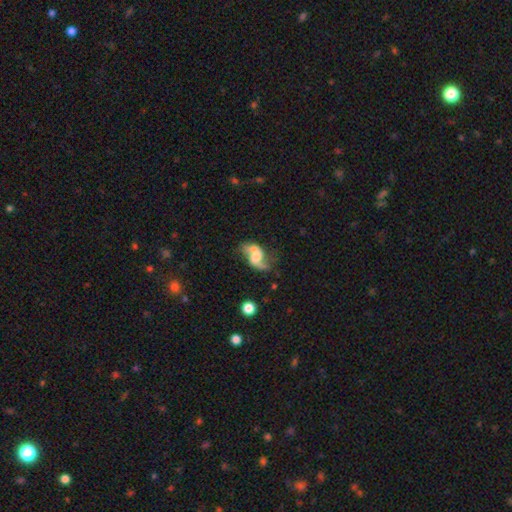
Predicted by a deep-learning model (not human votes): smooth_or_featured: featured or disk (p=0.81) [alt: smooth p=0.12]
disk_edge_on: no (p=0.97) [alt: yes p=0.03]
bar: no (p=0.46) [alt: weak p=0.41]
has_spiral_arms: yes (p=0.92) [alt: no p=0.08]
spiral_winding: loose (p=0.72) [alt: medium p=0.23]
spiral_arm_count: 2 (p=0.90) [alt: 1 p=0.04]
bulge_size: moderate (p=0.34) [alt: small p=0.25]
merging: none (p=0.50) [alt: merger p=0.18]